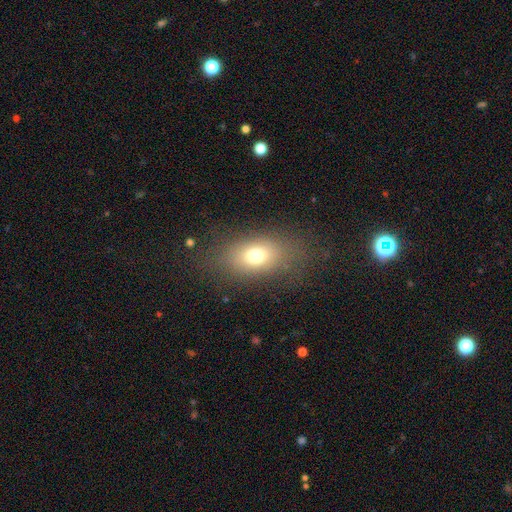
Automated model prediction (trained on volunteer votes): A smooth galaxy with no disk features (71%) that is in between round and cigar-shaped (77%).

Vote fractions:
- Smooth or featured? smooth: 71% / featured or disk: 15% / star or artifact: 14%
- How rounded? in between: 77% / round: 20% / cigar-shaped: 3%
- Merging? none: 75% / minor disturbance: 14% / major disturbance: 10% / merger: 1%